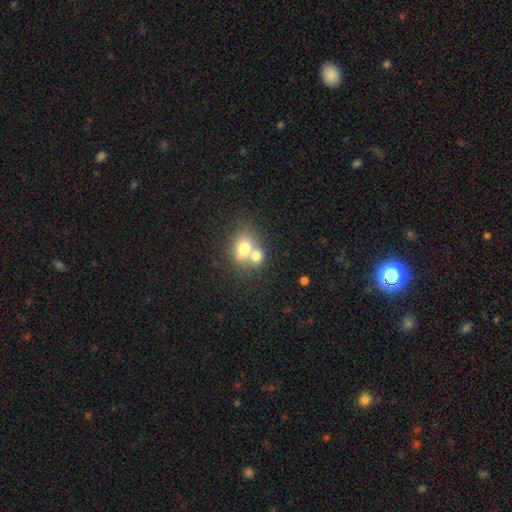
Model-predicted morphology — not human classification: Smooth or featured?
  - smooth: 72% *
  - featured or disk: 18%
  - star or artifact: 10%
How rounded?
  - in between: 51% *
  - round: 48%
  - cigar-shaped: 1%
Merging?
  - merger: 65% *
  - none: 25%
  - minor disturbance: 7%
  - major disturbance: 3%